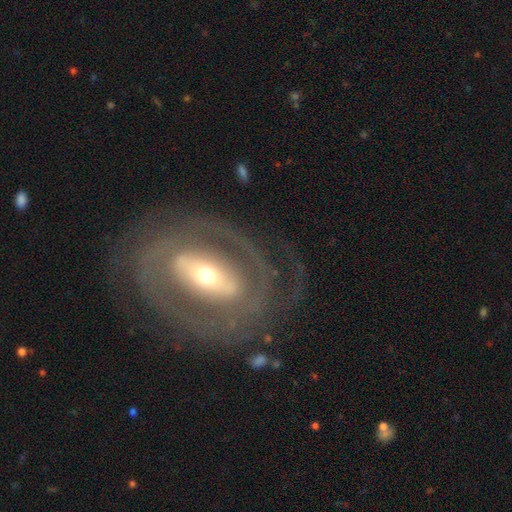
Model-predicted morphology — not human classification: This appears to be a featured or disk galaxy (83%) with a strong bar (47%), 2 (45%) tight (65%) spiral arms (70%) and a moderate central bulge (52%). Merging: none (77%).